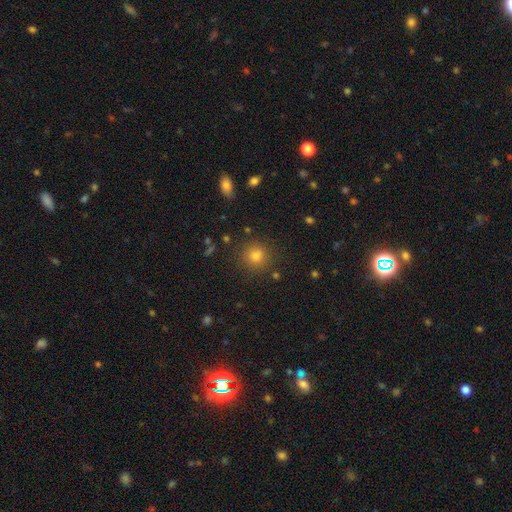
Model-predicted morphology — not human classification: A smooth galaxy with no disk features (77%) that is round (90%). Merging: none (87%).